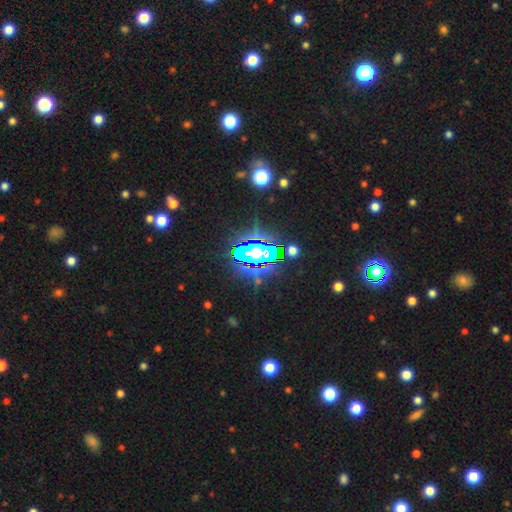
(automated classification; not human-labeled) Q: Smooth or featured?
A: star or artifact (71%); runner-up: smooth (16%)